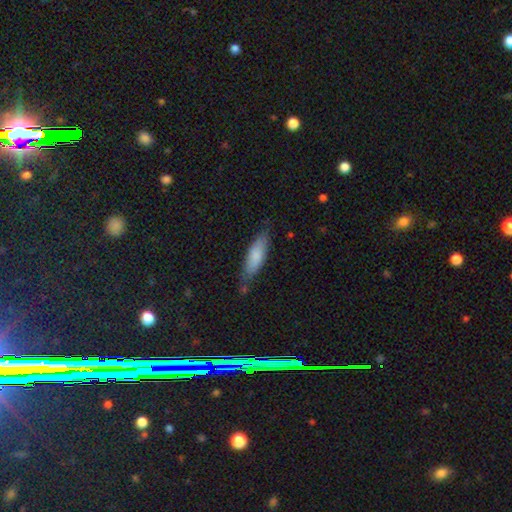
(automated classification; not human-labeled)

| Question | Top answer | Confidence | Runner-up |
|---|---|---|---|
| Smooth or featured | smooth | 79% | featured or disk (16%) |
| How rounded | cigar-shaped | 53% | in between (45%) |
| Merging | none | 71% | minor disturbance (22%) |